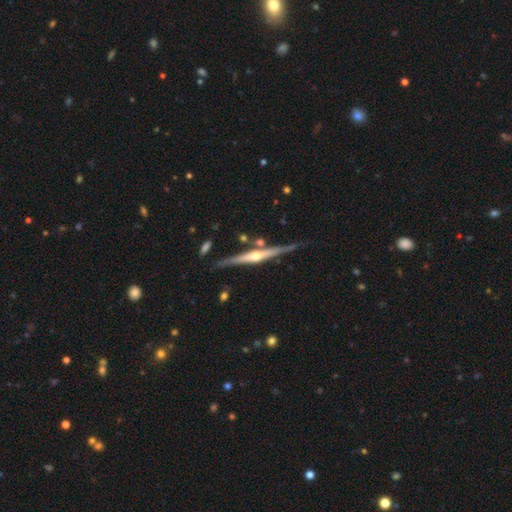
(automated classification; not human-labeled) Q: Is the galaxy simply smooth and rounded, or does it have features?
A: featured or disk — 79%.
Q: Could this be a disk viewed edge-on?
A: yes — 97%.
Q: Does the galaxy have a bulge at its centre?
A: rounded — 88%.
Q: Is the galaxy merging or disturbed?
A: none — 80%.